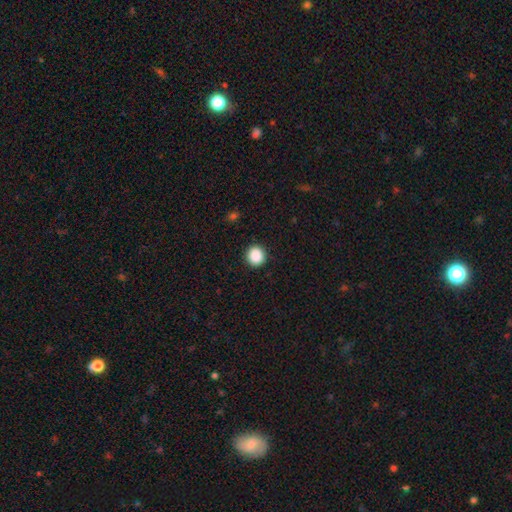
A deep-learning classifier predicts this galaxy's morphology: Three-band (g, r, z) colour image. It shows a smooth galaxy with no disk features (89%) that is round (89%). Merging: none (92%).